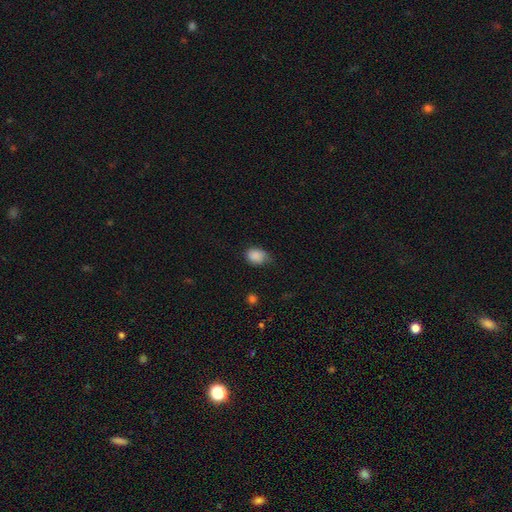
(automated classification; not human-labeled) Smooth or featured: smooth — 88% (star or artifact — 9%)
How rounded: in between — 61% (round — 38%)
Merging: none — 56% (minor disturbance — 35%)